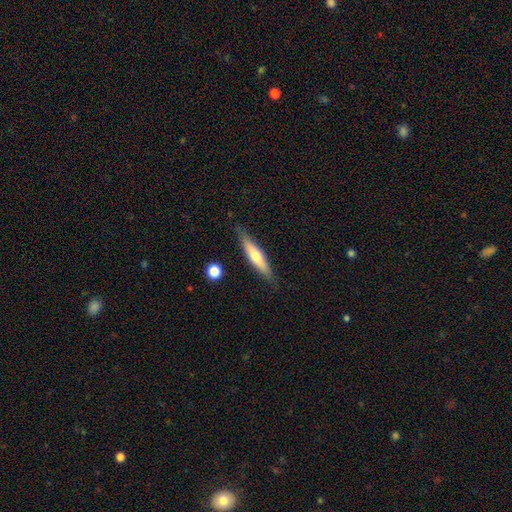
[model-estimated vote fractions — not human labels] A smooth galaxy with no disk features (51%) that is cigar-shaped (83%).

Vote fractions:
- Smooth or featured? smooth: 51% / featured or disk: 43% / star or artifact: 6%
- How rounded? cigar-shaped: 83% / in between: 15% / round: 2%
- Merging? none: 81% / minor disturbance: 14% / major disturbance: 3% / merger: 2%